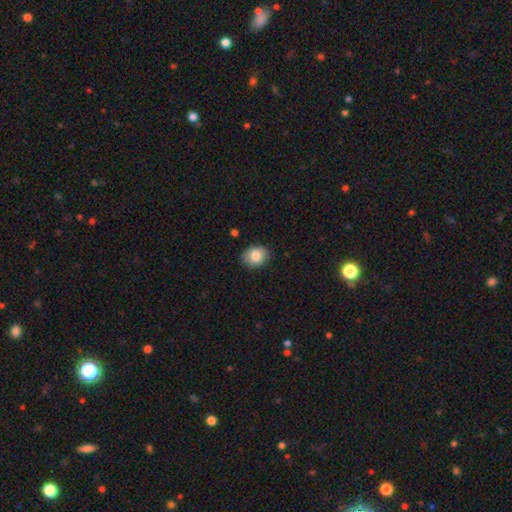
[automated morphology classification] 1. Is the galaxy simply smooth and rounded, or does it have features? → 84% smooth, 8% featured or disk, 8% star or artifact.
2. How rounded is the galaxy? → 52% in between, 47% round, 1% cigar-shaped.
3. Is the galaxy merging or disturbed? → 84% none, 12% minor disturbance, 2% major disturbance, 1% merger.